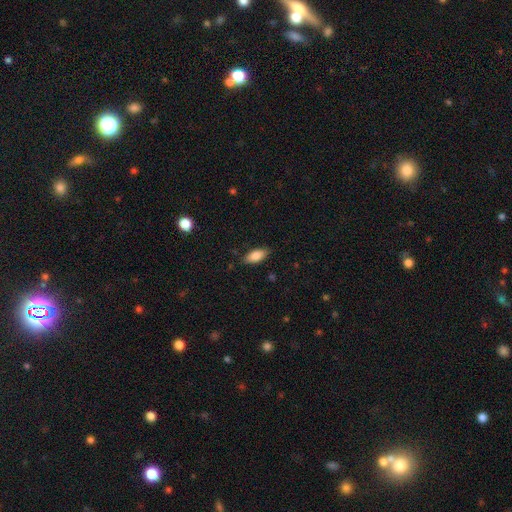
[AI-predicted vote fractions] Morphology: type=smooth (83%); roundness=in between (82%); merging=none (83%).